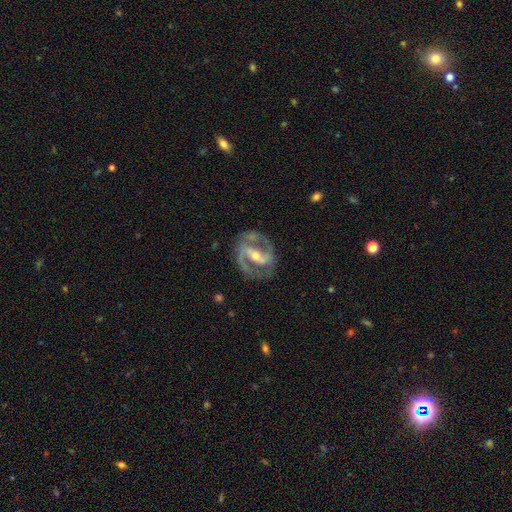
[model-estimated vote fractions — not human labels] Overall: featured or disk (91%). Edge-on disk: no (97%). Bar: strong (56%; weak 29%). Spiral arms: yes (97%). Spiral arm count: 2 (93%). Spiral winding: medium (57%; tight 29%). Bulge size: moderate (52%; small 44%). Merging: none (81%).